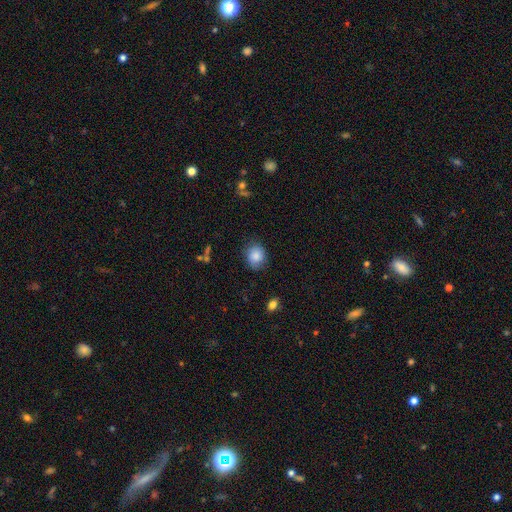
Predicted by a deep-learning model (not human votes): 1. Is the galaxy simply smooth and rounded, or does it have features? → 83% smooth, 9% star or artifact, 9% featured or disk.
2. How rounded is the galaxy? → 66% round, 33% in between, 1% cigar-shaped.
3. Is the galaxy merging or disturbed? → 77% none, 17% minor disturbance, 4% major disturbance, 1% merger.